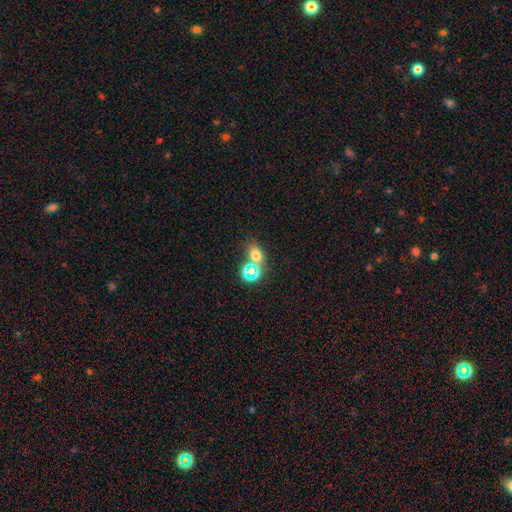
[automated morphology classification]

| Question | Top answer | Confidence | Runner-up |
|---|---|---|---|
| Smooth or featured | smooth | 64% | star or artifact (25%) |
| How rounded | in between | 58% | round (40%) |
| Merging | none | 55% | merger (31%) |